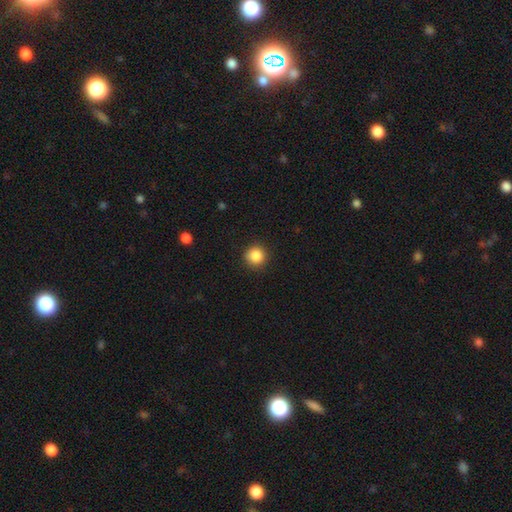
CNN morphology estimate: Q: Smooth or featured?
A: smooth (86%); runner-up: star or artifact (10%)
Q: How rounded?
A: round (94%); runner-up: in between (5%)
Q: Merging?
A: none (91%); runner-up: minor disturbance (6%)